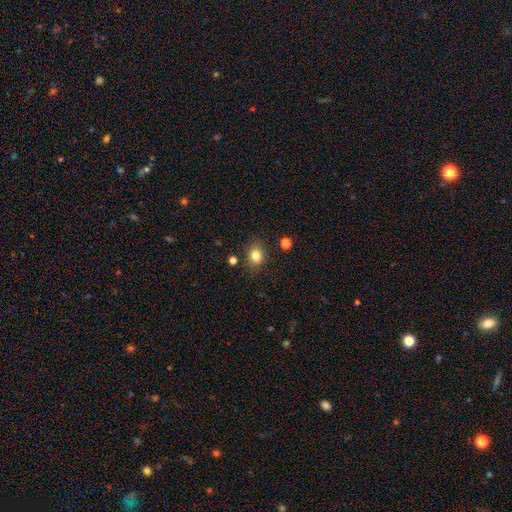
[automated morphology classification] This is clearly a smooth galaxy (82%). How rounded: possibly round (50%). Merging: clearly none (83%).